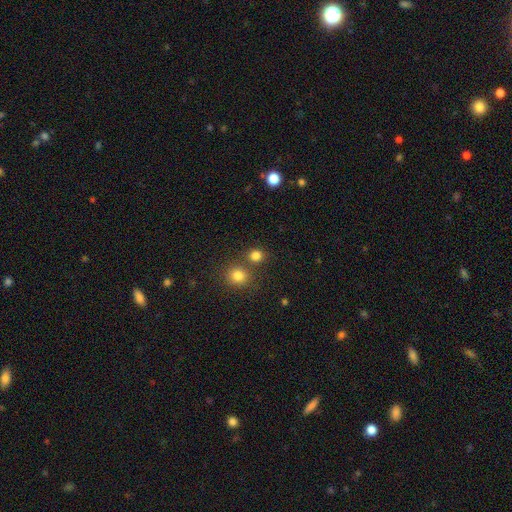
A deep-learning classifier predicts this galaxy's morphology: Smooth or featured?
  - smooth: 81% *
  - star or artifact: 14%
  - featured or disk: 5%
How rounded?
  - round: 81% *
  - in between: 18%
  - cigar-shaped: 1%
Merging?
  - none: 68% *
  - merger: 22%
  - minor disturbance: 8%
  - major disturbance: 3%